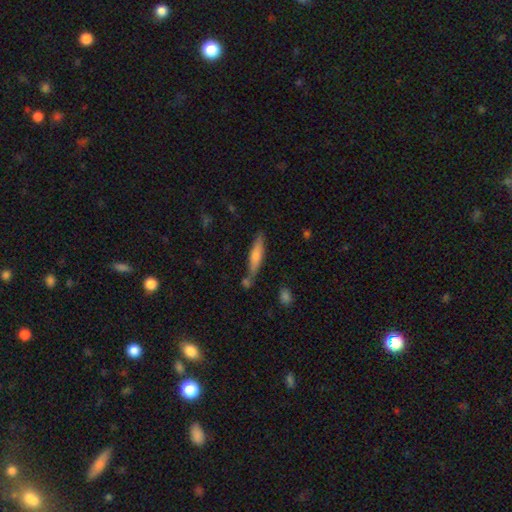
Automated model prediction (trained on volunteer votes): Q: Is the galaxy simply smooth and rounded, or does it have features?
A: smooth — 53%.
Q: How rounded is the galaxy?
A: cigar-shaped — 84%.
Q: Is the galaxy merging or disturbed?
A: none — 75%.